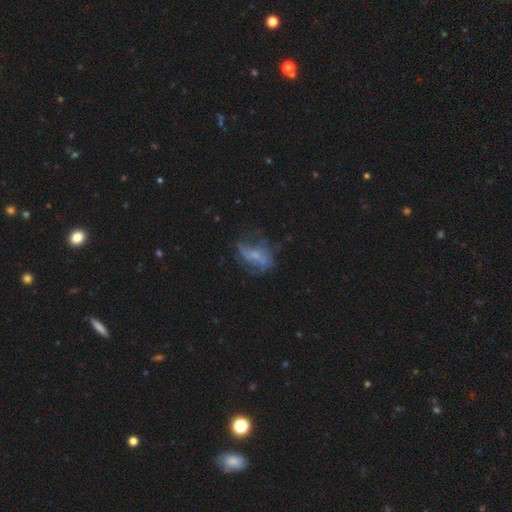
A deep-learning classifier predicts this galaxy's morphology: Smooth or featured? featured or disk (65%)
Edge-on disk? no (97%)
Bar? no (59%)
Spiral arms? yes (60%)
Bulge size? small (48%)
Merging? none (46%)